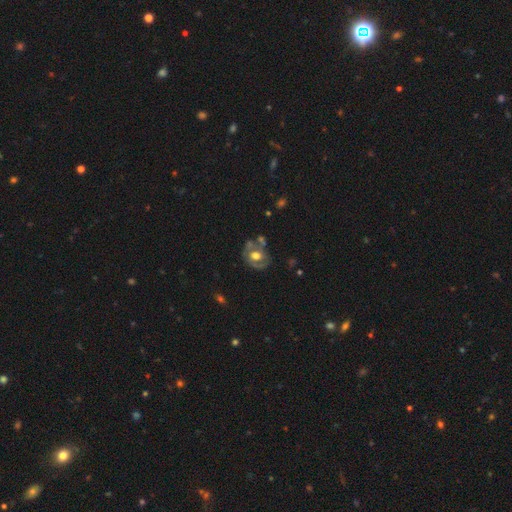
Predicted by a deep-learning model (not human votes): A featured or disk galaxy (62%) with no bar (73%), no spiral arms (54%) and a moderate central bulge (58%). Merging: none (55%).